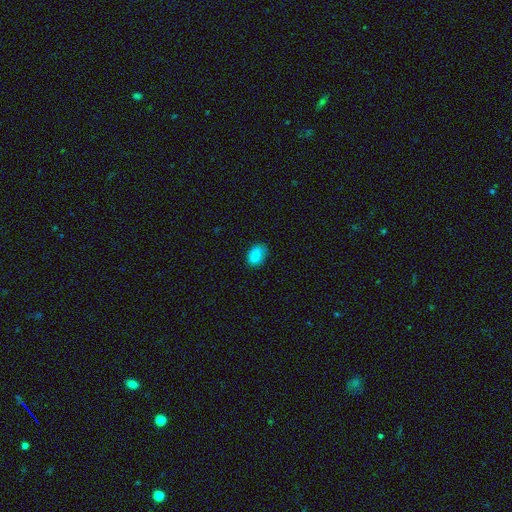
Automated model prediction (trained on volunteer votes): Smooth or featured: smooth — 87% (star or artifact — 8%)
How rounded: in between — 82% (round — 17%)
Merging: none — 77% (minor disturbance — 18%)